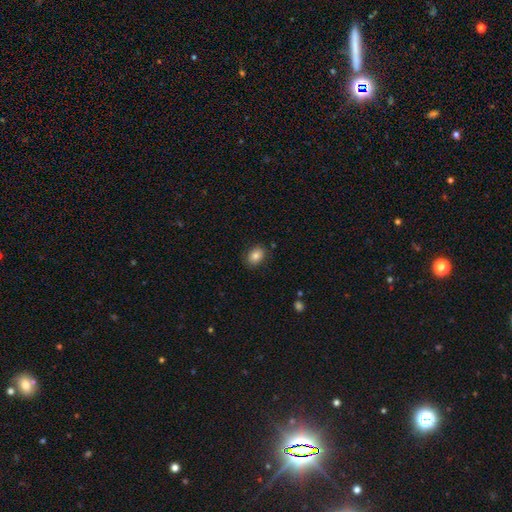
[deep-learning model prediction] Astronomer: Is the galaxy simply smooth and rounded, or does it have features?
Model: smooth — 83%.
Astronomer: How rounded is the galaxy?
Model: in between — 71%.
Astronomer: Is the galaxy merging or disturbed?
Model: none — 85%.